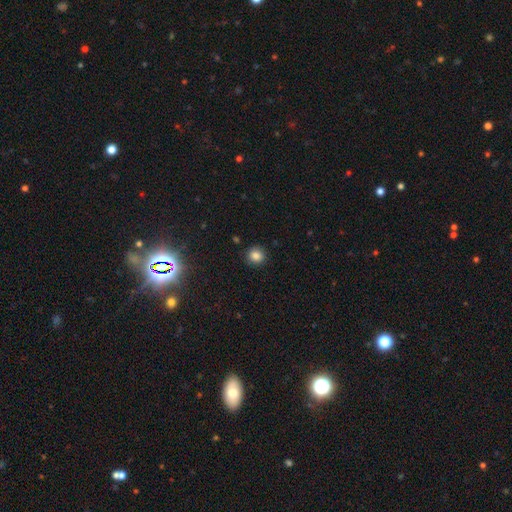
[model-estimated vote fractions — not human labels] This appears to be a smooth galaxy with no disk features (84%) that is round (85%). Merging: none (89%).